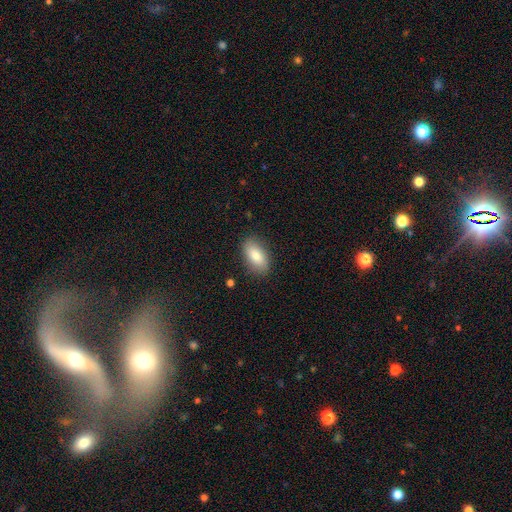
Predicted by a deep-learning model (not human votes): A smooth galaxy with no disk features (80%) that is in between round and cigar-shaped (91%). Merging: none (85%).